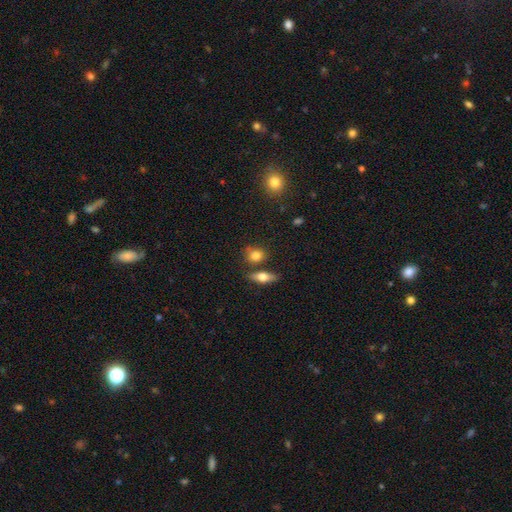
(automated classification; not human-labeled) Smooth or featured? smooth (79%)
How rounded? round (52%)
Merging? none (69%)